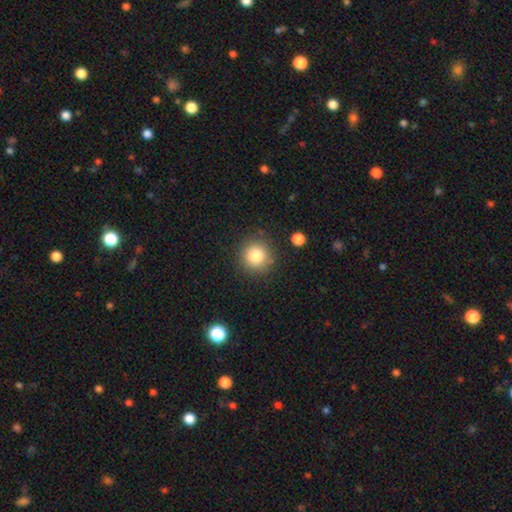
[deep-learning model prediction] Smooth or featured? Predicted: smooth (p=0.82). How rounded? Predicted: round (p=0.93). Merging? Predicted: none (p=0.85).